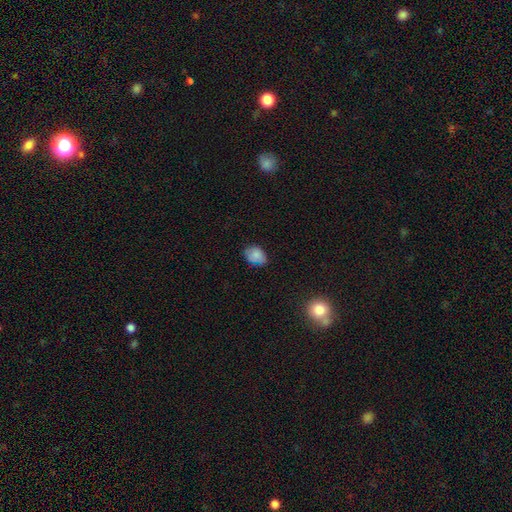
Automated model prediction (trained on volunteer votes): The model was most divided on "merging": none: 68%, minor disturbance: 26%, major disturbance: 5%, merger: 2%. More confident: smooth or featured — smooth (80%); how rounded — in between (73%).